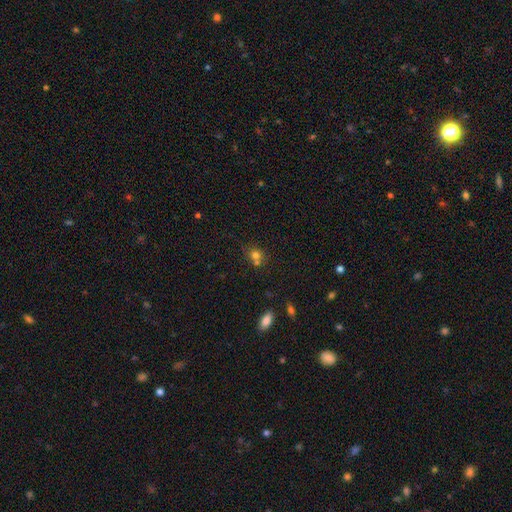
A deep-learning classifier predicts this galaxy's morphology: Smooth or featured: smooth — 72% (star or artifact — 16%)
How rounded: round — 78% (in between — 21%)
Merging: none — 48% (merger — 40%)